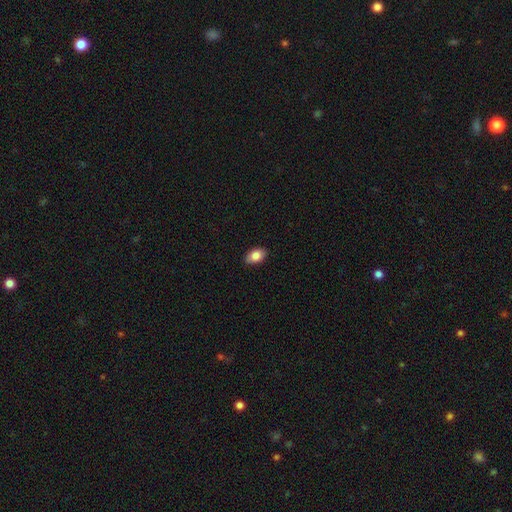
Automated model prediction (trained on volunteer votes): Overall: smooth (84%). How rounded: in between (89%). Merging: none (88%).